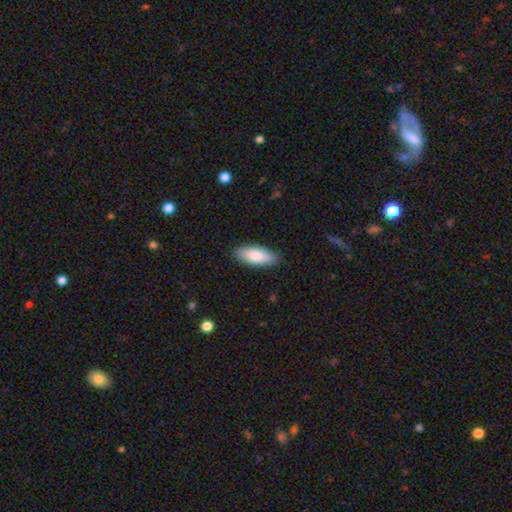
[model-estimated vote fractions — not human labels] Overall: smooth (82%). How rounded: in between (82%). Merging: none (87%).